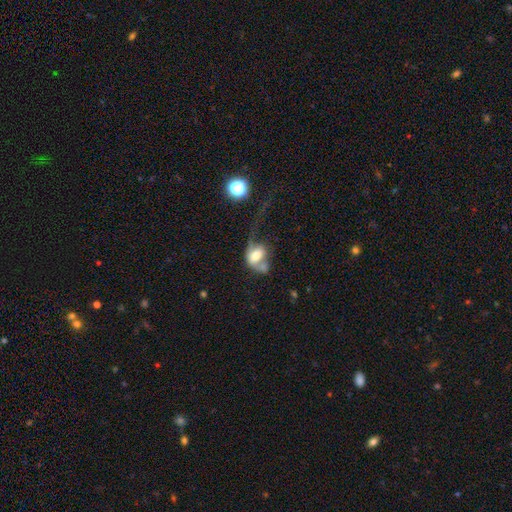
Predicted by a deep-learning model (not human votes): This is possibly a smooth galaxy (56%). How rounded: likely in between (66%). Merging: marginally major disturbance (42%).